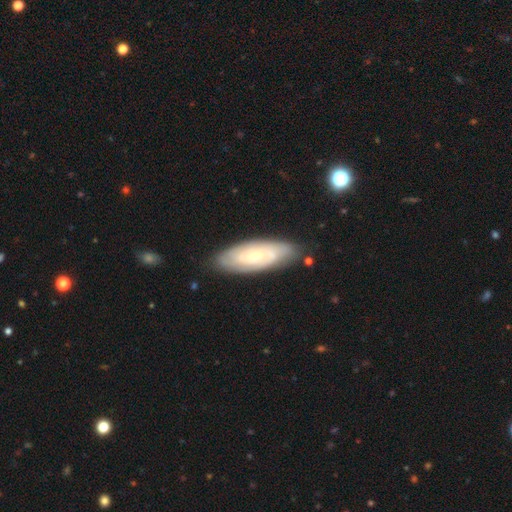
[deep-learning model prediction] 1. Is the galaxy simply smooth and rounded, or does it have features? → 62% featured or disk, 32% smooth, 6% star or artifact.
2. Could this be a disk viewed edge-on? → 85% no, 15% yes.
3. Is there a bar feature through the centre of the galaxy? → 68% no, 26% weak, 6% strong.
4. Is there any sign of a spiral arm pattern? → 79% yes, 21% no.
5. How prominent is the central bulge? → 68% small, 28% moderate, 1% large, 1% none, 1% dominant.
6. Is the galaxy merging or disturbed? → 81% none, 14% minor disturbance, 3% major disturbance, 2% merger.